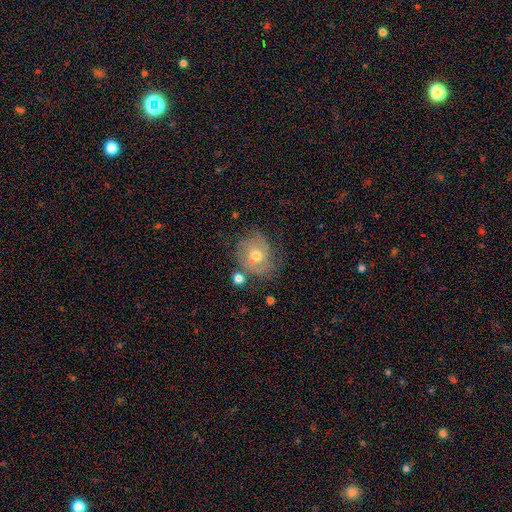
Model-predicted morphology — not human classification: A featured or disk galaxy (56%) with no bar (66%), spiral arms (72%) and a moderate central bulge (71%).

Vote fractions:
- Smooth or featured? featured or disk: 56% / smooth: 33% / star or artifact: 10%
- Edge-on disk? no: 96% / yes: 4%
- Bar? no: 66% / weak: 28% / strong: 6%
- Spiral arms? yes: 72% / no: 28%
- Bulge size? moderate: 71% / small: 22% / large: 4% / none: 1% / dominant: 1%
- Merging? none: 61% / minor disturbance: 22% / major disturbance: 10% / merger: 7%